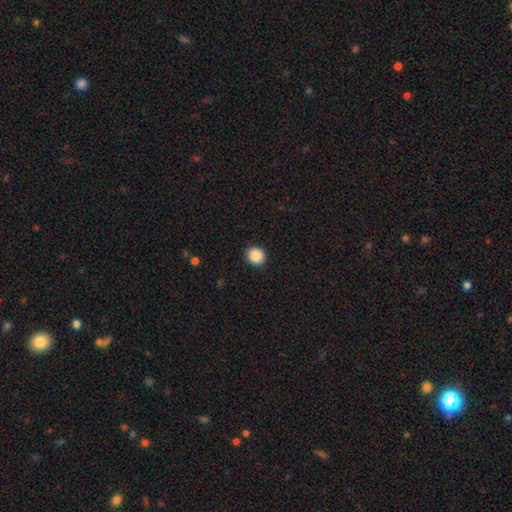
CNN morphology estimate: A smooth galaxy with no disk features (88%) that is round (87%).

Vote fractions:
- Smooth or featured? smooth: 88% / star or artifact: 9% / featured or disk: 3%
- How rounded? round: 87% / in between: 12% / cigar-shaped: 1%
- Merging? none: 91% / minor disturbance: 6% / major disturbance: 2% / merger: 1%